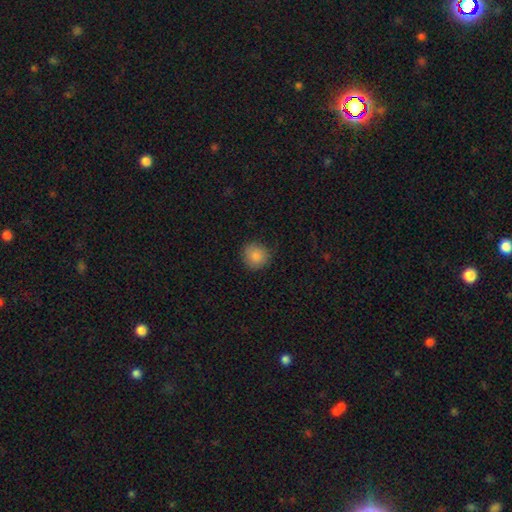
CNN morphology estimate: Smooth or featured? Predicted: smooth (p=0.86). How rounded? Predicted: round (p=0.91). Merging? Predicted: none (p=0.83).